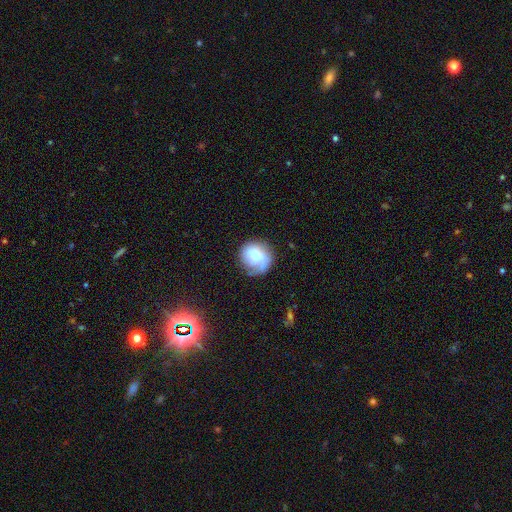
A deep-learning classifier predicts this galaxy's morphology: Smooth or featured? Predicted: smooth (p=0.62). How rounded? Predicted: round (p=0.83). Merging? Predicted: none (p=0.59).